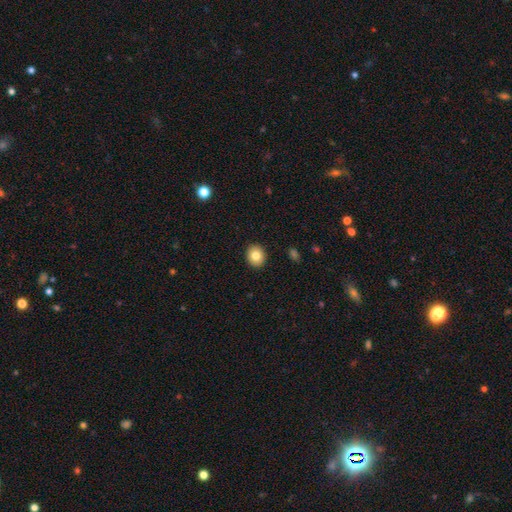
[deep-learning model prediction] The model was most divided on "how rounded": round: 74%, in between: 25%, cigar-shaped: 1%. More confident: merging — none (92%); smooth or featured — smooth (82%).